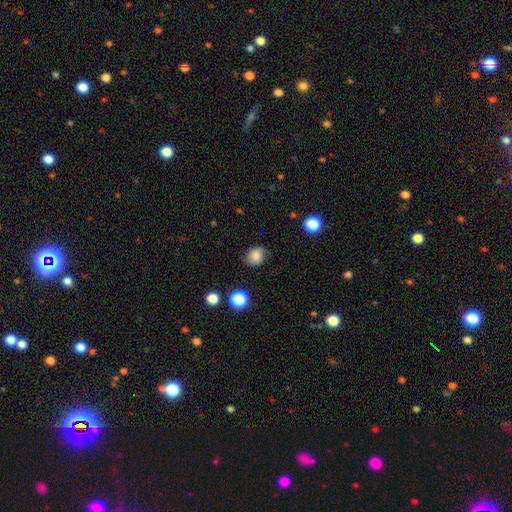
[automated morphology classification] smooth 79%, star or artifact 11%, featured or disk 9%. Down the decision tree: how rounded — round (54%); merging — none (74%).